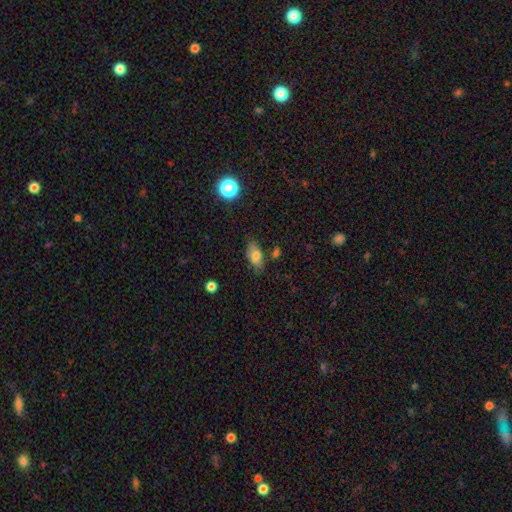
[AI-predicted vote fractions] Smooth or featured? smooth (73%)
How rounded? in between (87%)
Merging? none (75%)